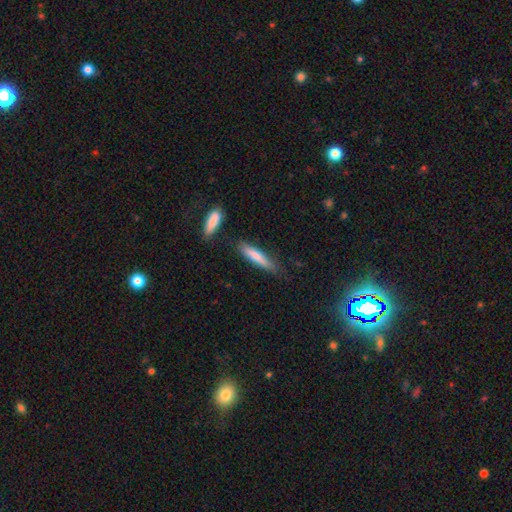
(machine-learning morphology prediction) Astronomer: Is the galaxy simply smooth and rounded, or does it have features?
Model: smooth — 70%.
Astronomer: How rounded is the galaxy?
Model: cigar-shaped — 86%.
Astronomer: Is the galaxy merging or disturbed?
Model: none — 74%.